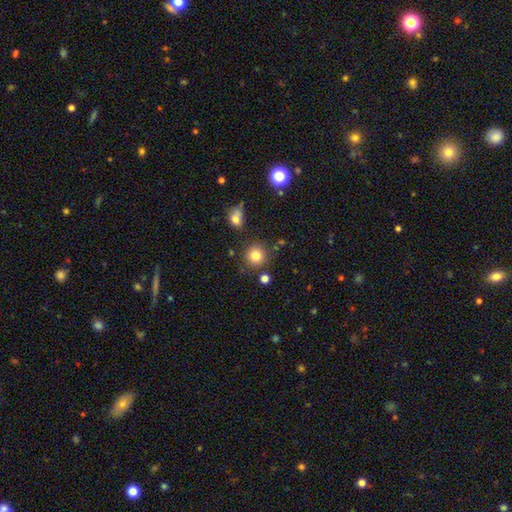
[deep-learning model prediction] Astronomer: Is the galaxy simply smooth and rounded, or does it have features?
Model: smooth — 81%.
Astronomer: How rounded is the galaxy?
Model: round — 92%.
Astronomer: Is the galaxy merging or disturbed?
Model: none — 82%.